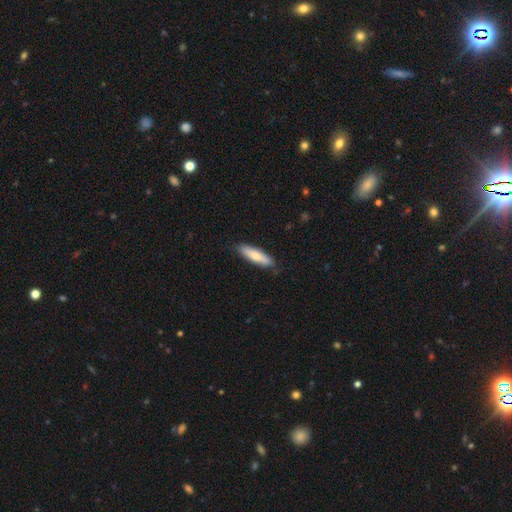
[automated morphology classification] This appears to be a smooth galaxy with no disk features (72%) that is cigar-shaped (64%). Merging: none (82%).